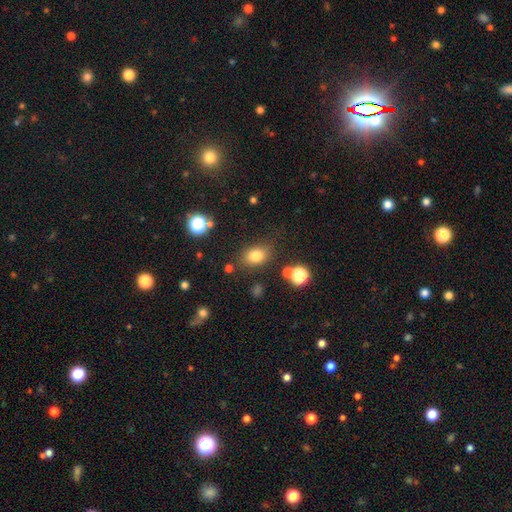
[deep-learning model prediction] Smooth or featured?
  - smooth: 78% *
  - star or artifact: 13%
  - featured or disk: 8%
How rounded?
  - in between: 72% *
  - round: 26%
  - cigar-shaped: 1%
Merging?
  - none: 78% *
  - minor disturbance: 13%
  - merger: 4%
  - major disturbance: 4%